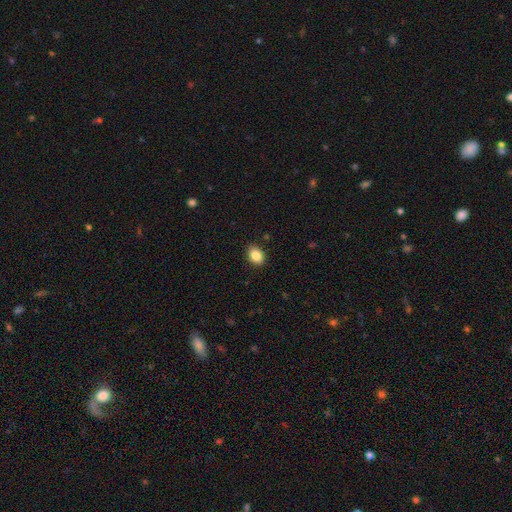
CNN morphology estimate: Overall: smooth (87%). How rounded: in between (72%). Merging: none (88%).